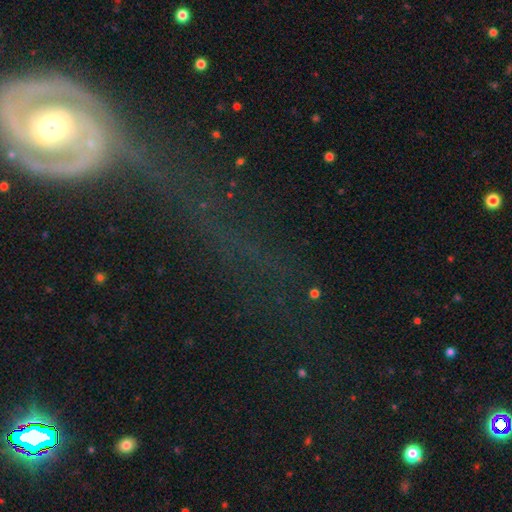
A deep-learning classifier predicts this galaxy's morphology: Smooth or featured?
  - featured or disk: 55% *
  - star or artifact: 29%
  - smooth: 16%
Edge-on disk?
  - no: 80% *
  - yes: 20%
Merging?
  - none: 39% *
  - major disturbance: 34%
  - minor disturbance: 16%
  - merger: 11%